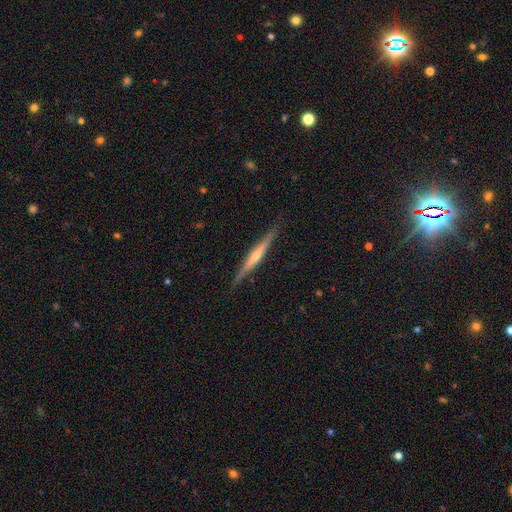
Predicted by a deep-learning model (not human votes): Smooth or featured? featured or disk (71%)
Edge-on disk? yes (98%)
Edge-on bulge? rounded (65%)
Merging? none (89%)